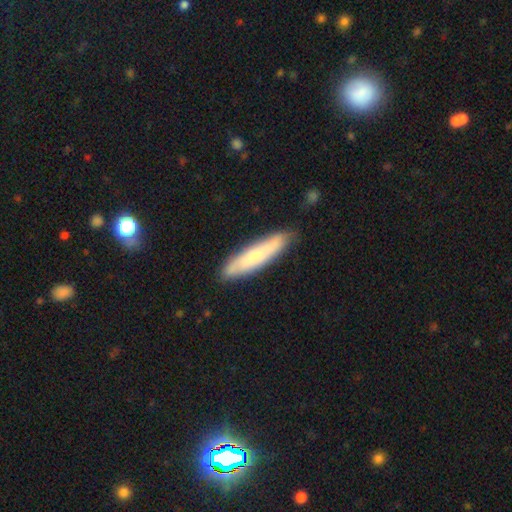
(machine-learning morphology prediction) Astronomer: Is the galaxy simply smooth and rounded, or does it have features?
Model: smooth — 64%.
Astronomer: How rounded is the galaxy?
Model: cigar-shaped — 83%.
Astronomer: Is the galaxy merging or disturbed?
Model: none — 85%.